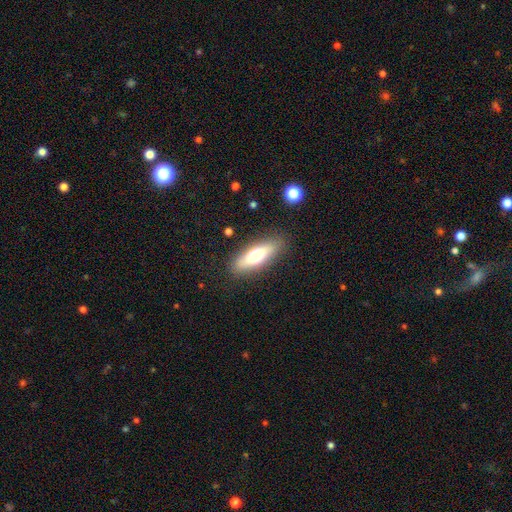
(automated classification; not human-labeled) Q: Smooth or featured?
A: smooth (63%); runner-up: featured or disk (31%)
Q: How rounded?
A: in between (52%); runner-up: cigar-shaped (46%)
Q: Merging?
A: none (85%); runner-up: minor disturbance (10%)